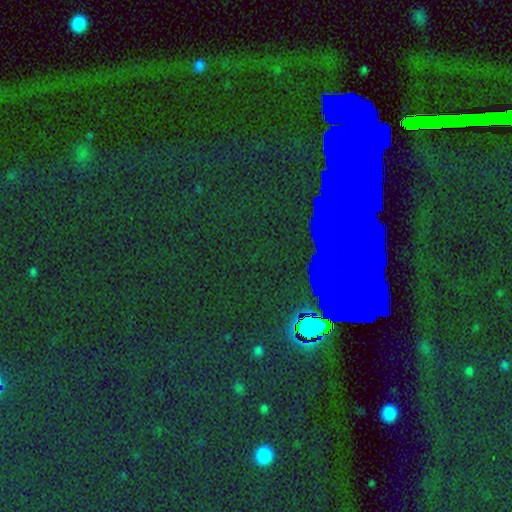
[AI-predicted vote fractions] Smooth or featured: star or artifact — 80% (featured or disk — 10%)